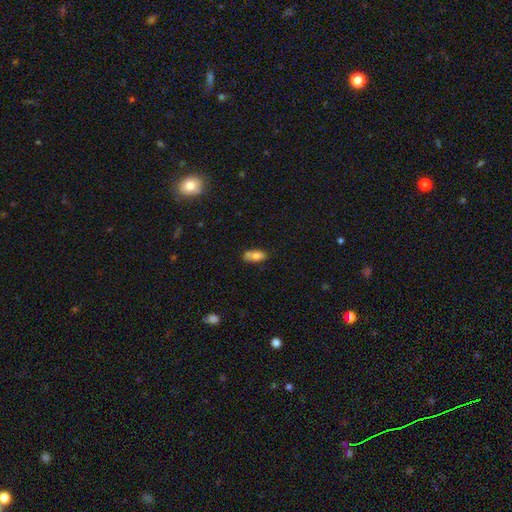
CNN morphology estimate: smooth-or-featured: smooth: 77% | featured or disk: 14% | star or artifact: 9%
  how-rounded: in between: 82% | cigar-shaped: 13% | round: 5%
  merging: none: 51% | minor disturbance: 22% | merger: 20% | major disturbance: 7%